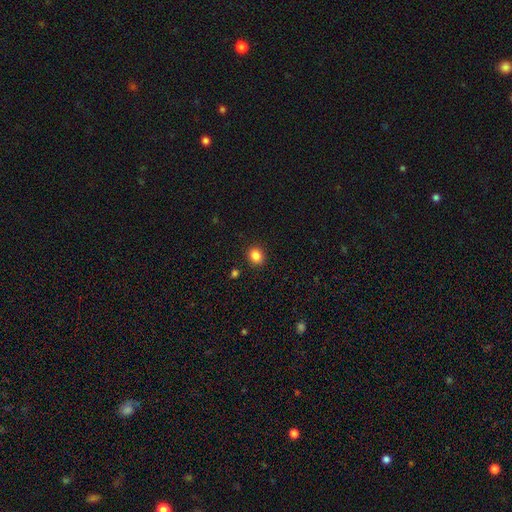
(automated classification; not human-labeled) Smooth or featured? smooth (86%)
How rounded? round (61%)
Merging? none (89%)